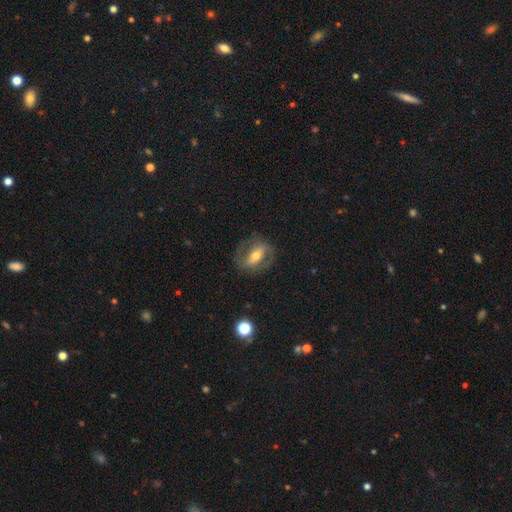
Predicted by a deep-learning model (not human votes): Smooth or featured? featured or disk (63%)
Edge-on disk? no (88%)
Bar? strong (54%)
Spiral arms? yes (55%)
Bulge size? moderate (61%)
Merging? none (76%)